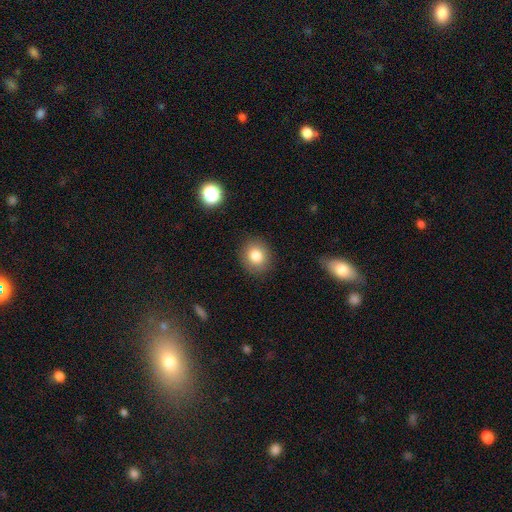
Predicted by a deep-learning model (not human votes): smooth 82%, star or artifact 10%, featured or disk 8%. Down the decision tree: how rounded — round (79%); merging — none (88%).